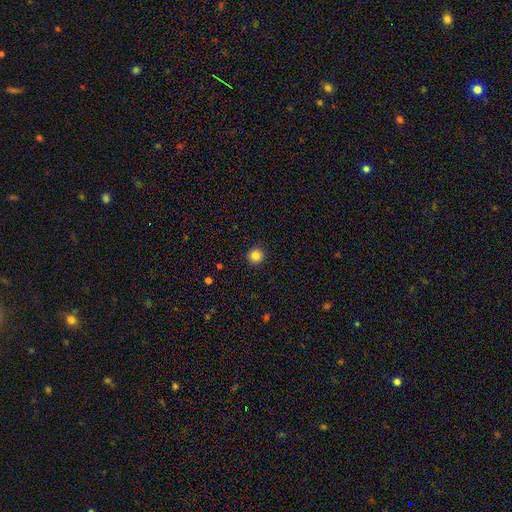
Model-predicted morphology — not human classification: smooth 85%, star or artifact 11%, featured or disk 5%. Down the decision tree: how rounded — round (95%); merging — none (92%).